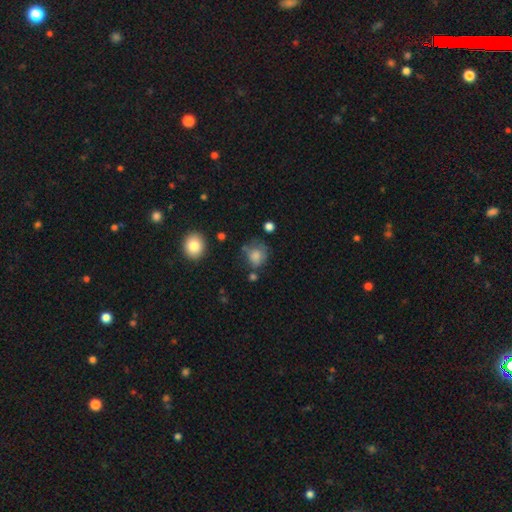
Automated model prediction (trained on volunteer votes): The model was most divided on "merging": none: 44%, minor disturbance: 28%, major disturbance: 20%, merger: 7%. More confident: smooth or featured — smooth (73%); how rounded — round (66%).